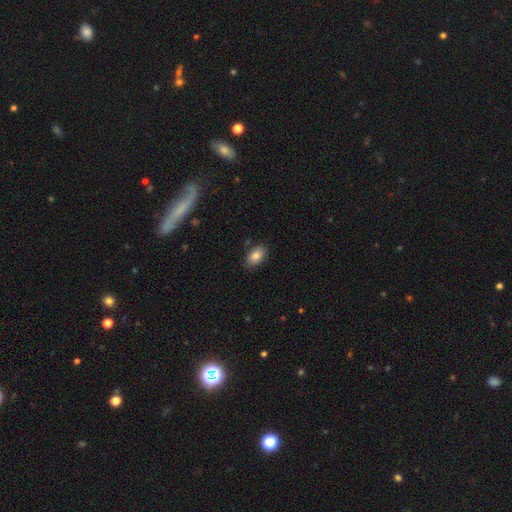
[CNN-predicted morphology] This is clearly a smooth galaxy (84%). How rounded: clearly in between (91%). Merging: clearly none (83%).